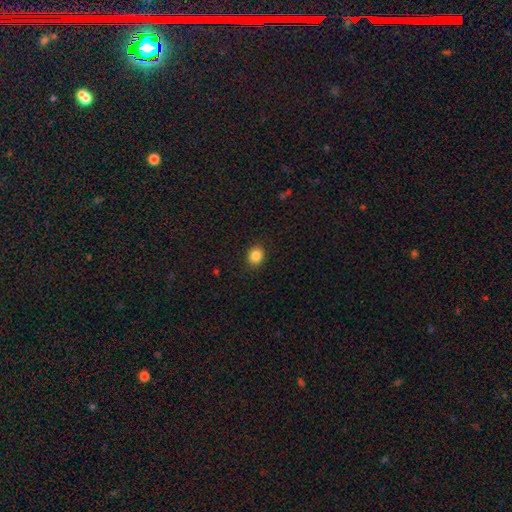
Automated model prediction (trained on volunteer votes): A smooth galaxy with no disk features (86%) that is round (59%). Merging: none (89%).